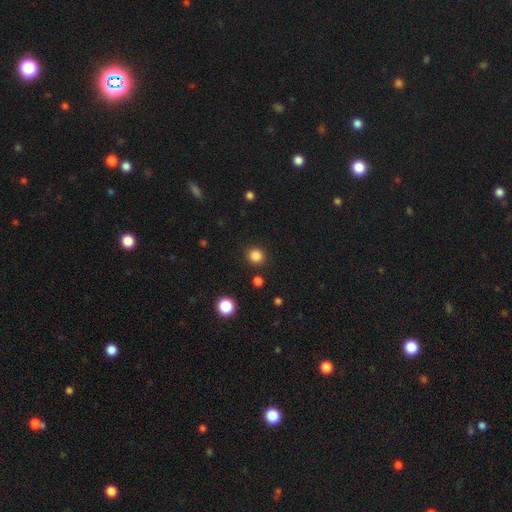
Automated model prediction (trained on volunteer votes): The model was most divided on "smooth or featured": smooth: 85%, star or artifact: 12%, featured or disk: 3%. More confident: merging — none (89%); how rounded — round (88%).